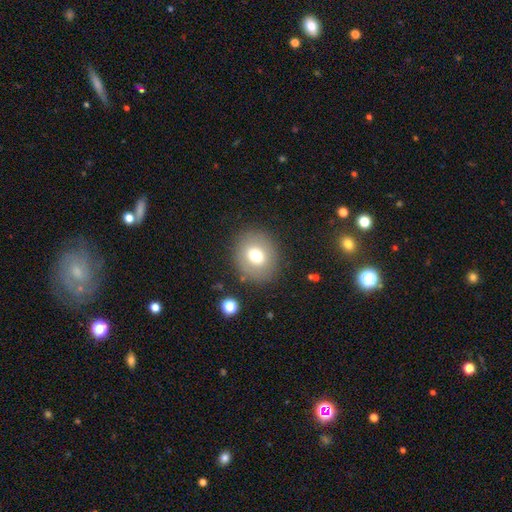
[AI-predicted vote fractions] smooth 70%, featured or disk 18%, star or artifact 11%. Down the decision tree: how rounded — round (73%); merging — none (84%).